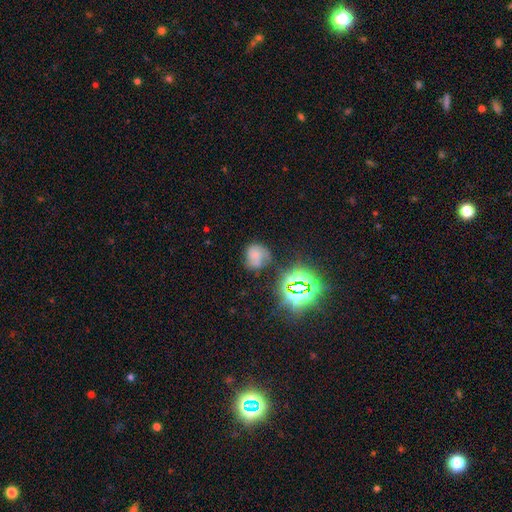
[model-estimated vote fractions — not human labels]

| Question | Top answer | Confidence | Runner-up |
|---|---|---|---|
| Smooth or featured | smooth | 52% | star or artifact (24%) |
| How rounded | round | 72% | in between (27%) |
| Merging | none | 49% | minor disturbance (27%) |